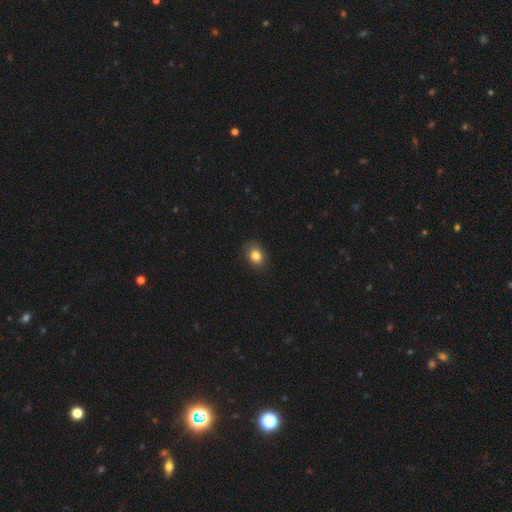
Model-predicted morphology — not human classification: The model was most divided on "how rounded": in between: 63%, round: 36%, cigar-shaped: 1%. More confident: merging — none (85%); smooth or featured — smooth (83%).